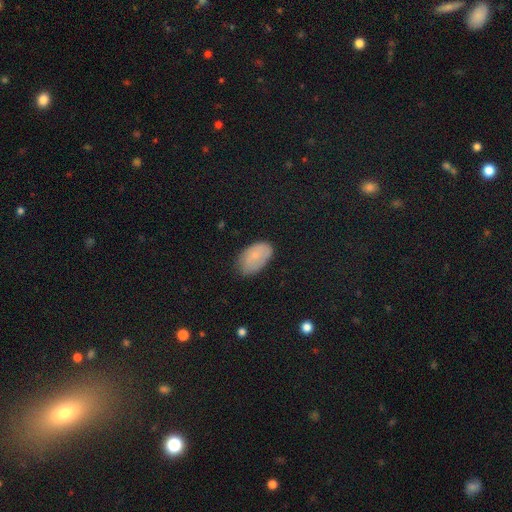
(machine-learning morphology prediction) smooth 71%, featured or disk 19%, star or artifact 10%. Down the decision tree: how rounded — in between (93%); merging — none (72%).